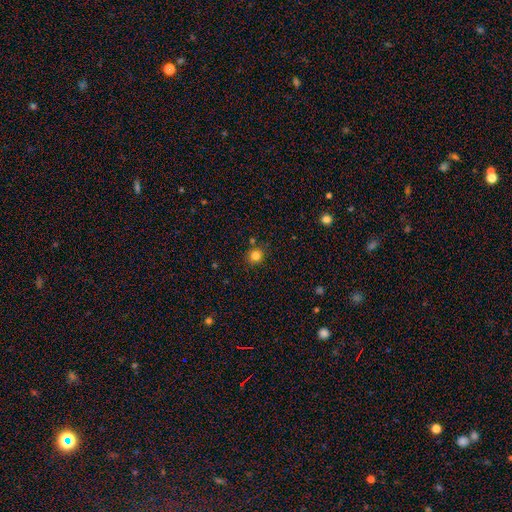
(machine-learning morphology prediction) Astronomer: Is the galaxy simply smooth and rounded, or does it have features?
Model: smooth — 82%.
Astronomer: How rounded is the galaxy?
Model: round — 86%.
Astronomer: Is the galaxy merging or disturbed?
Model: none — 83%.